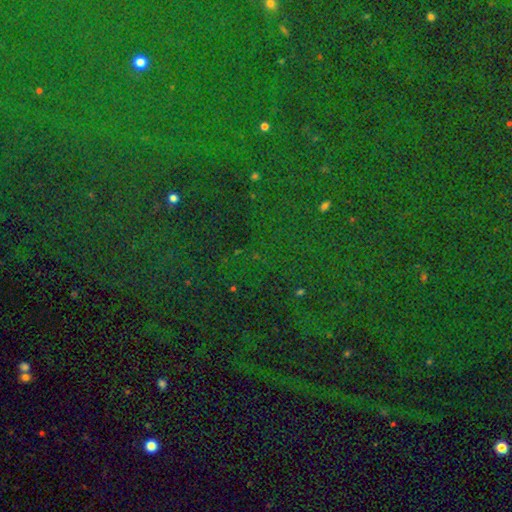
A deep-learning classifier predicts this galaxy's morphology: type=star or artifact (84%).